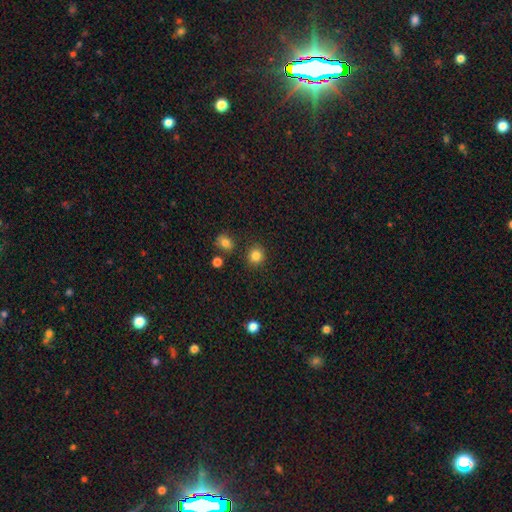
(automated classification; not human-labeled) Smooth or featured: smooth — 84% (star or artifact — 11%)
How rounded: round — 87% (in between — 13%)
Merging: none — 86% (minor disturbance — 8%)